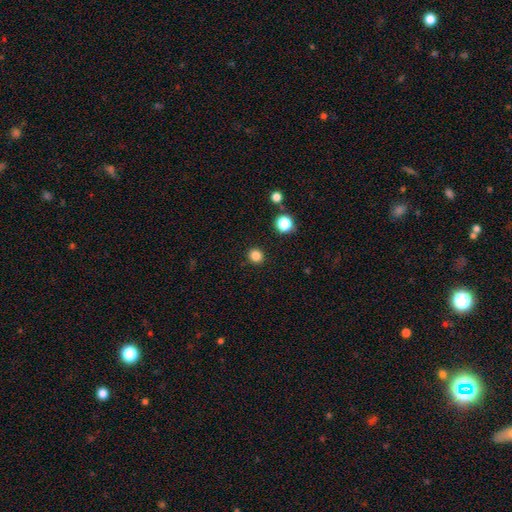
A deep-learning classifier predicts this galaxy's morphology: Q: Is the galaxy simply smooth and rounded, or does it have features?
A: smooth — 84%.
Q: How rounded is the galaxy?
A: round — 89%.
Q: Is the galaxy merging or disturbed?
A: none — 91%.